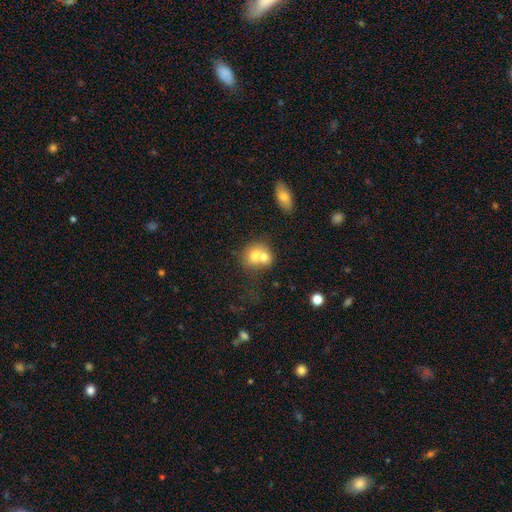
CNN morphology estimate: smooth 68%, featured or disk 23%, star or artifact 9%. Down the decision tree: how rounded — round (68%); merging — merger (65%).